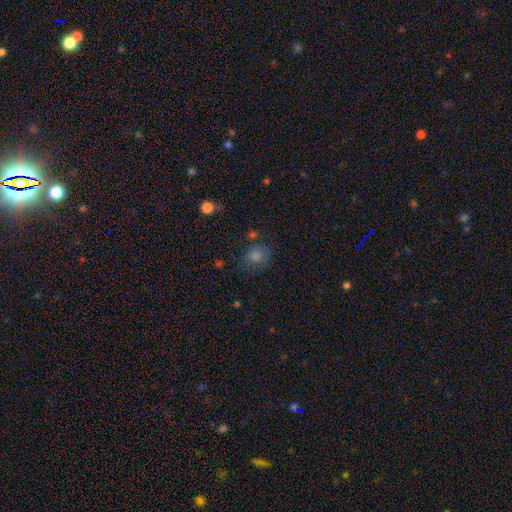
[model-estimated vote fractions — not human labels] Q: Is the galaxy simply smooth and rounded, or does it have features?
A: smooth — 66%.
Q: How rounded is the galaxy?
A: round — 68%.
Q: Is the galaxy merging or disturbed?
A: none — 70%.